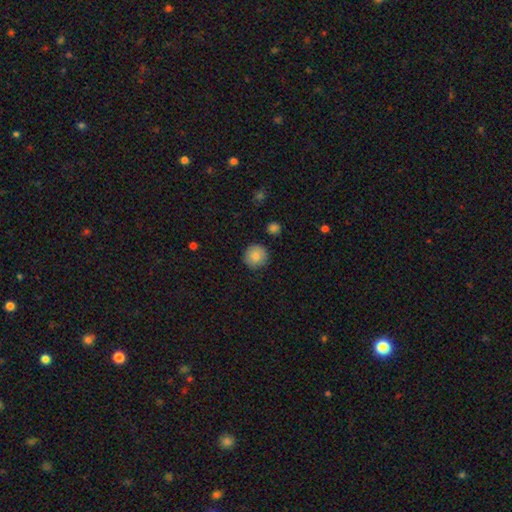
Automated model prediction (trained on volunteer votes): This appears to be a smooth galaxy with no disk features (86%) that is round (94%). Merging: none (88%).